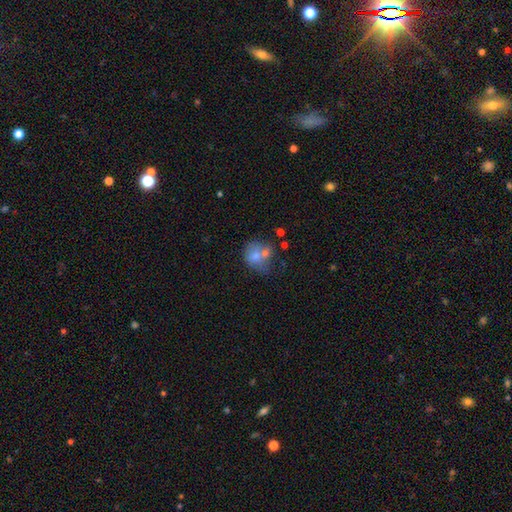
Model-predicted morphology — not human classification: Overall: smooth (63%; featured or disk 23%). How rounded: round (69%; in between 30%). Merging: merger (39%; none 38%).